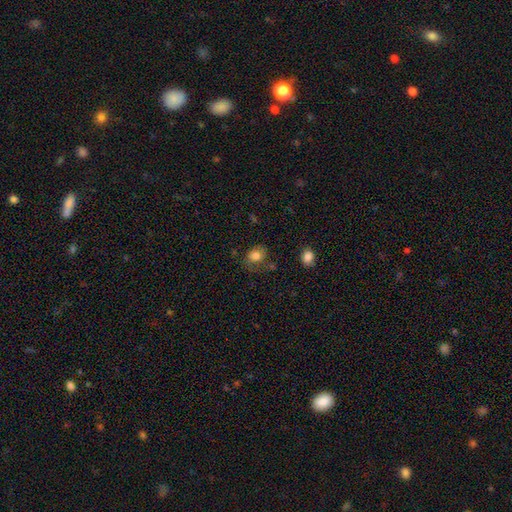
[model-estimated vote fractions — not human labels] The model was most divided on "how rounded": in between: 50%, round: 49%, cigar-shaped: 1%. More confident: smooth or featured — smooth (80%); merging — none (59%).